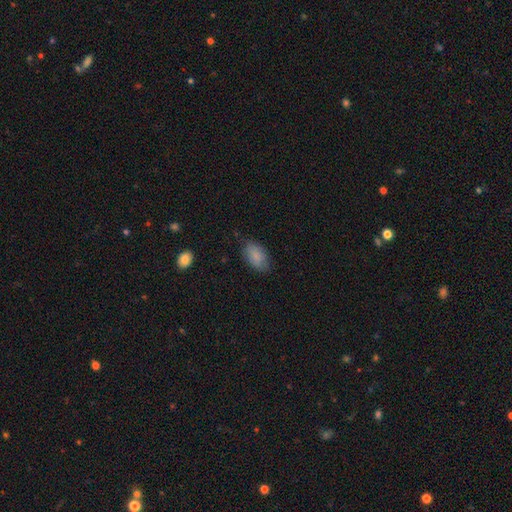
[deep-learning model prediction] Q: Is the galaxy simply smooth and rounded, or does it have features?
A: smooth — 87%.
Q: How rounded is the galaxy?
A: in between — 93%.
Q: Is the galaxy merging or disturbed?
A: none — 79%.